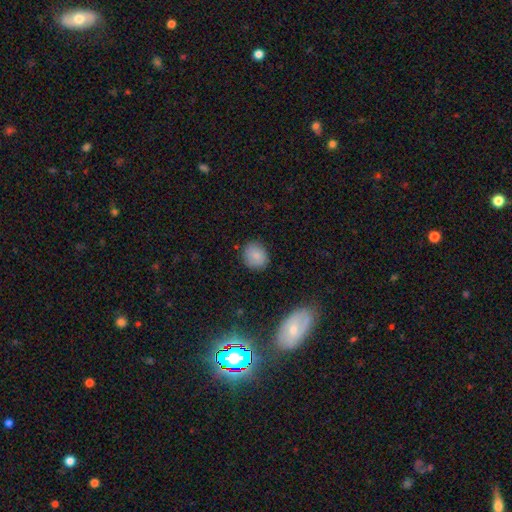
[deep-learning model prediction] This is clearly a smooth galaxy (82%). How rounded: likely round (73%). Merging: clearly none (84%).